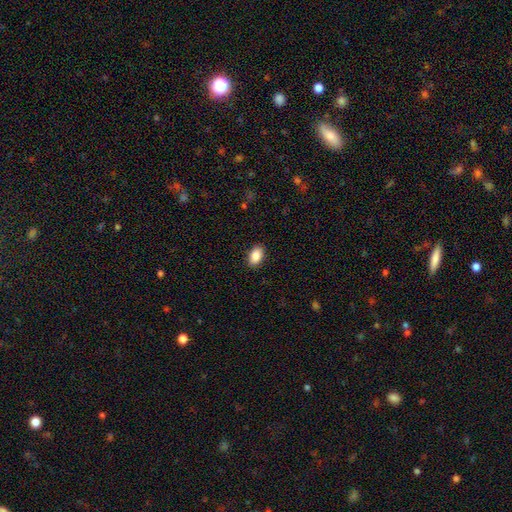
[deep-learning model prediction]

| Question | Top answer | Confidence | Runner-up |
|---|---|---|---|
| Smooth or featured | smooth | 87% | star or artifact (7%) |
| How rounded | in between | 92% | round (6%) |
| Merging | none | 89% | minor disturbance (8%) |